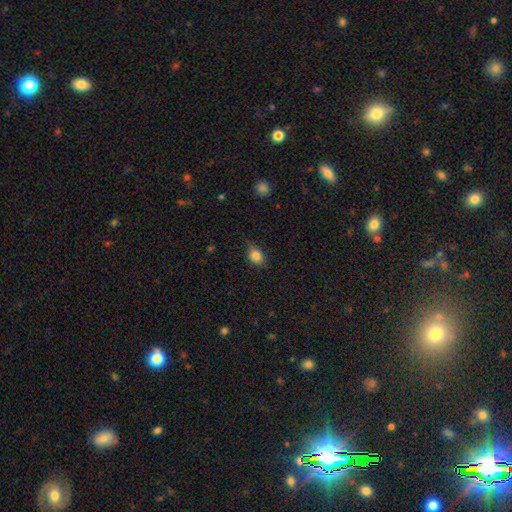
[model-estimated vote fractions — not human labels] A smooth galaxy with no disk features (83%) that is in between round and cigar-shaped (63%). Merging: none (71%).